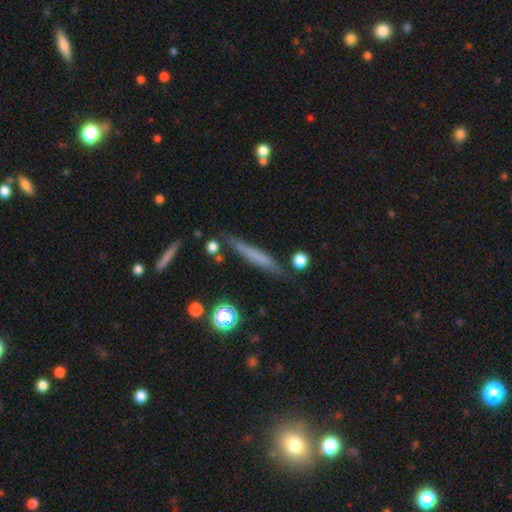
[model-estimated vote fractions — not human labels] smooth-or-featured: smooth: 53% | featured or disk: 38% | star or artifact: 9%
  how-rounded: cigar-shaped: 92% | in between: 5% | round: 3%
  merging: none: 77% | minor disturbance: 15% | merger: 4% | major disturbance: 4%